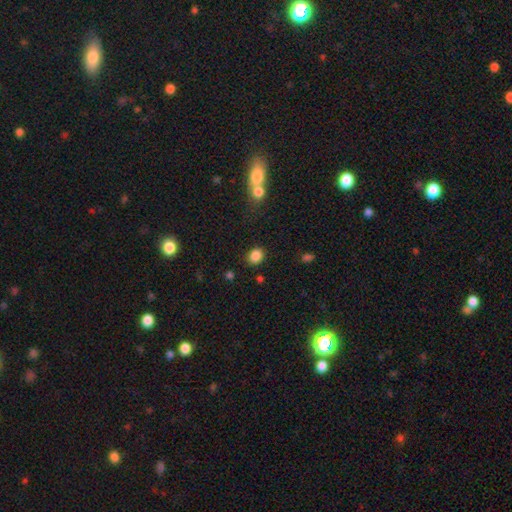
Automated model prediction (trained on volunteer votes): Smooth or featured? smooth (86%)
How rounded? round (55%)
Merging? none (84%)